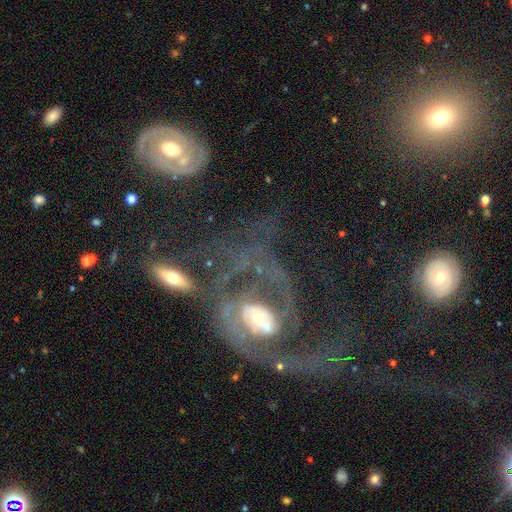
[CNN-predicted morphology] The model was most divided on "bar": weak: 40%, no: 36%, strong: 24%. Remaining: edge-on disk — no (95%); spiral arms — yes (84%); smooth or featured — featured or disk (82%); spiral arm count — 2 (62%); bulge size — moderate (55%); spiral winding — medium (43%); merging — major disturbance (39%).